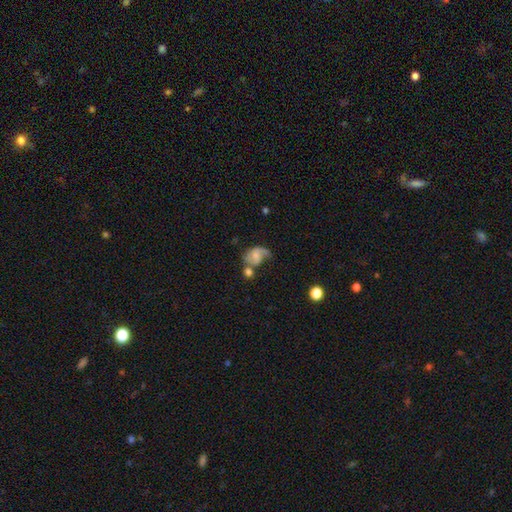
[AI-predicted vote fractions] Smooth or featured? featured or disk (52%)
Edge-on disk? no (97%)
Bar? no (56%)
Spiral arms? yes (82%)
Bulge size? small (37%)
Merging? none (30%)